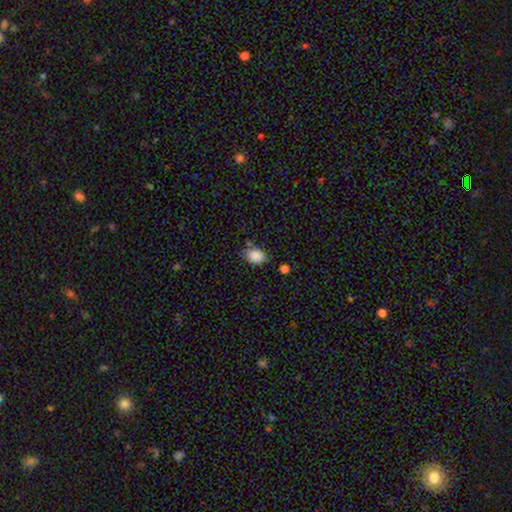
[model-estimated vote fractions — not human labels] A smooth galaxy with no disk features (87%) that is in between round and cigar-shaped (68%). Merging: none (70%).